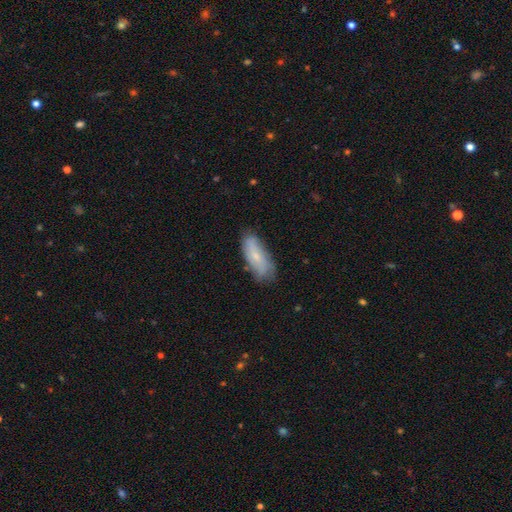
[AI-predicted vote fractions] smooth 58%, featured or disk 35%, star or artifact 7%. Down the decision tree: how rounded — in between (69%); merging — none (73%).